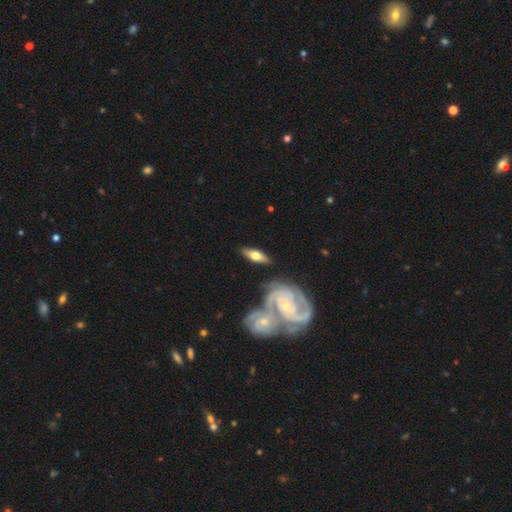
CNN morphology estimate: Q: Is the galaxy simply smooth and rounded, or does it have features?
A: featured or disk — 60%.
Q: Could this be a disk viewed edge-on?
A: no — 56%.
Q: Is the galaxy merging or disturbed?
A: none — 75%.